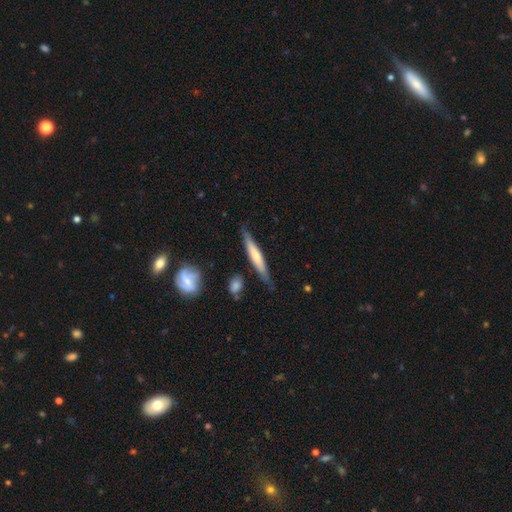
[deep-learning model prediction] Overall: smooth (56%; featured or disk 38%). How rounded: cigar-shaped (90%). Merging: none (78%).